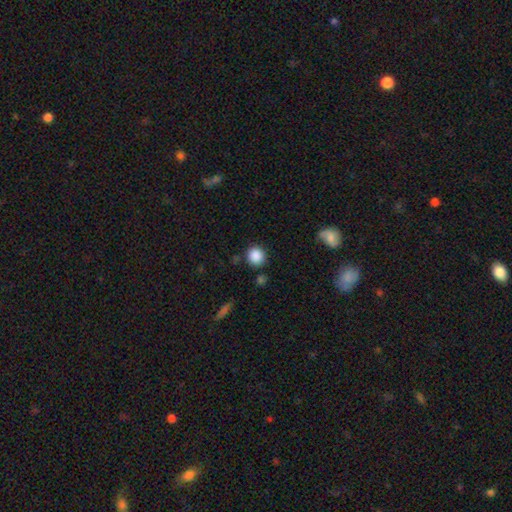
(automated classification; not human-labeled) Smooth or featured?
  - smooth: 87% *
  - star or artifact: 9%
  - featured or disk: 4%
How rounded?
  - round: 89% *
  - in between: 10%
  - cigar-shaped: 1%
Merging?
  - none: 83% *
  - minor disturbance: 10%
  - merger: 4%
  - major disturbance: 3%